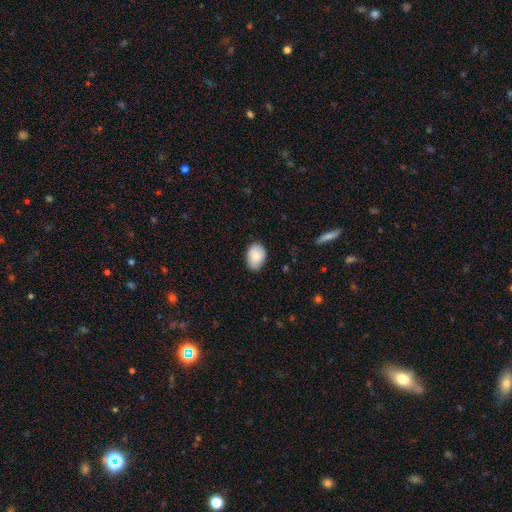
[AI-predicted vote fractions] The model was most divided on "how rounded": in between: 83%, round: 16%, cigar-shaped: 1%. More confident: smooth or featured — smooth (87%); merging — none (82%).